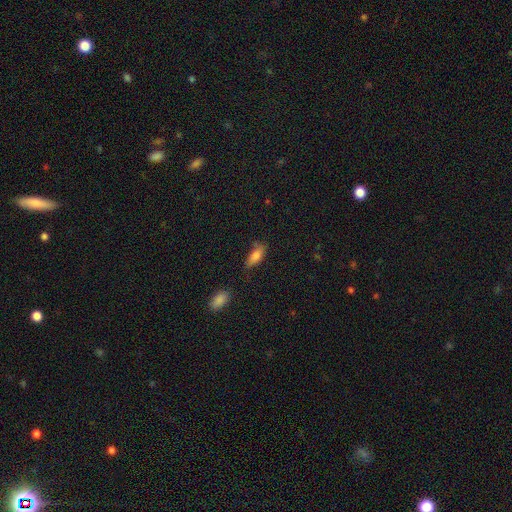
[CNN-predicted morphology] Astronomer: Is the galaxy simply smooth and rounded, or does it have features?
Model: smooth — 81%.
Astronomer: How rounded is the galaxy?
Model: in between — 77%.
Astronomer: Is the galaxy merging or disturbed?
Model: none — 64%.